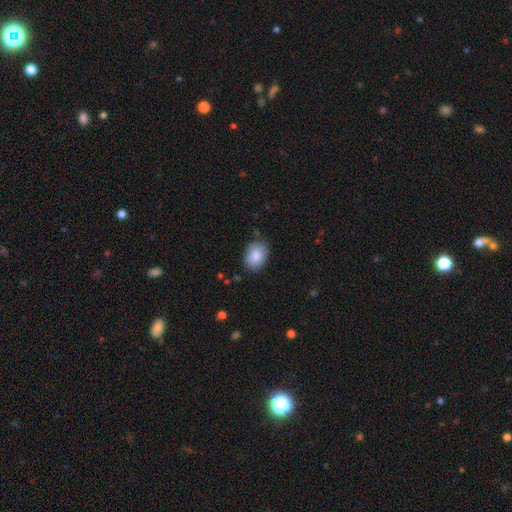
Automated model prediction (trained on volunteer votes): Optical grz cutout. It shows a smooth galaxy with no disk features (85%) that is in between round and cigar-shaped (70%). Merging: none (78%).